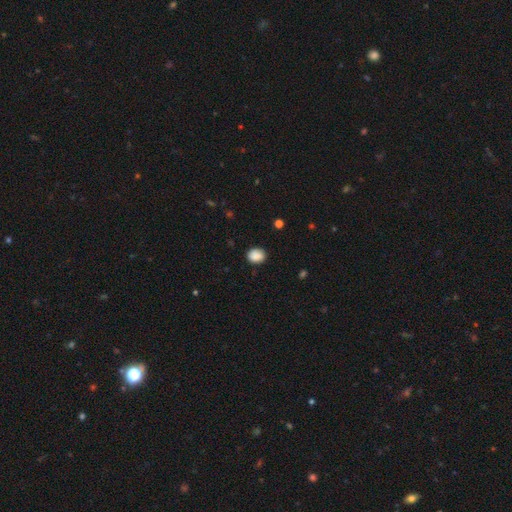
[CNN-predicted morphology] type=smooth (88%); roundness=round (53%); merging=none (83%).